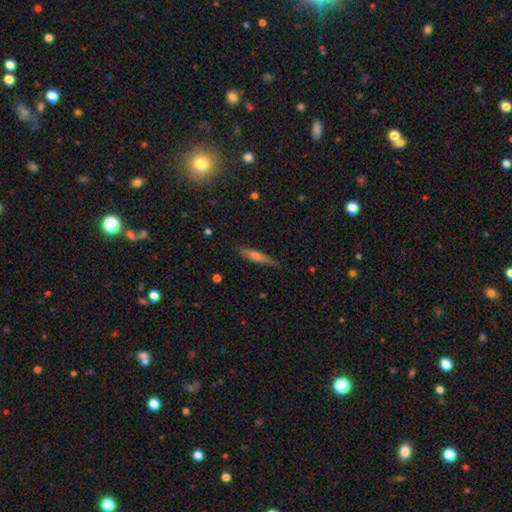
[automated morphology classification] smooth-or-featured: featured or disk: 49% | smooth: 42% | star or artifact: 9%
  merging: none: 84% | minor disturbance: 12% | major disturbance: 2% | merger: 1%